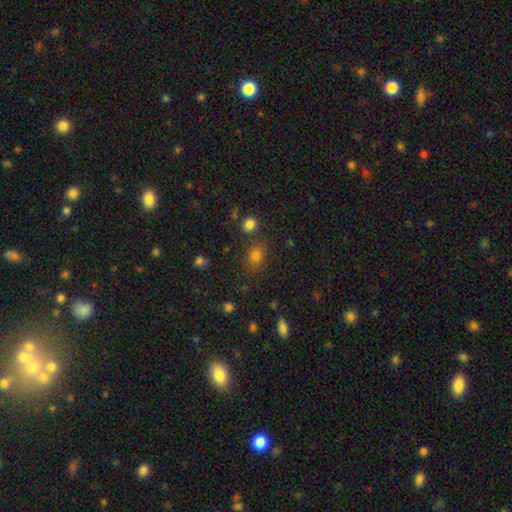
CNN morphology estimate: The model was most divided on "how rounded": round: 53%, in between: 45%, cigar-shaped: 2%. More confident: merging — none (76%); smooth or featured — smooth (74%).